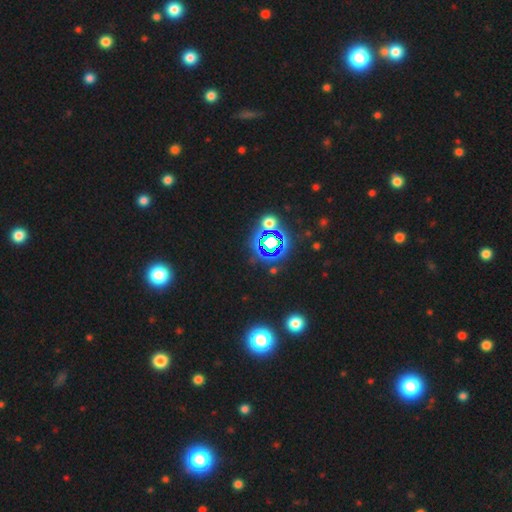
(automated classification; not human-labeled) A star or artifact, not a galaxy (75%).